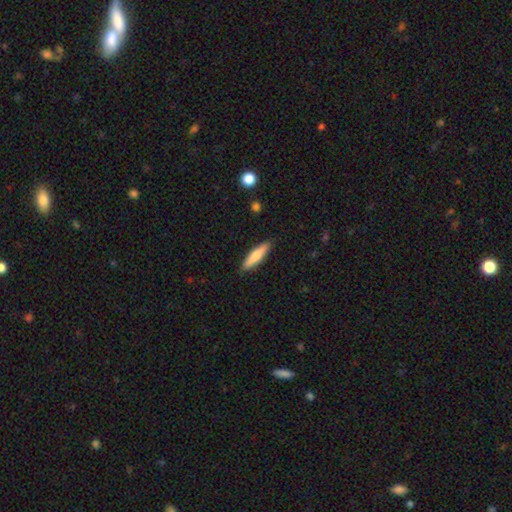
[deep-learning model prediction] Smooth or featured? Predicted: smooth (p=0.73). How rounded? Predicted: cigar-shaped (p=0.79). Merging? Predicted: none (p=0.89).